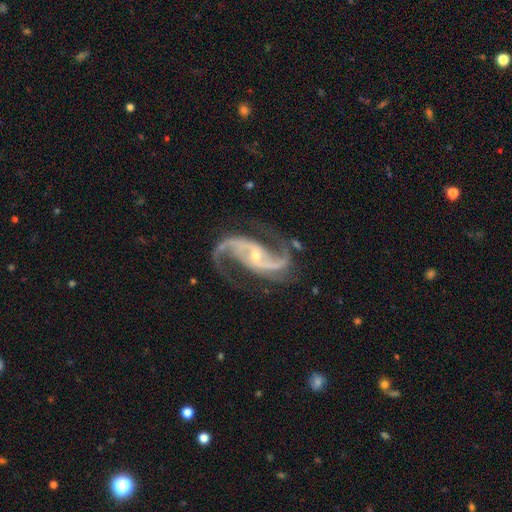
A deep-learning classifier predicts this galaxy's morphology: Overall: featured or disk (93%). Edge-on disk: no (98%). Bar: no (37%; weak 34%). Spiral arms: yes (98%). Spiral arm count: 2 (91%). Spiral winding: medium (48%; loose 42%). Bulge size: small (71%). Merging: none (74%).